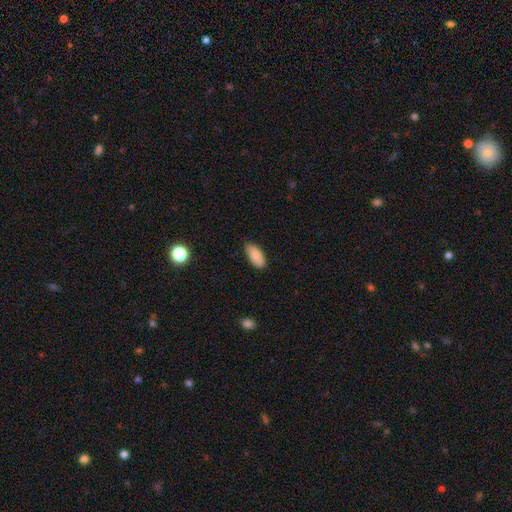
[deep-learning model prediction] Smooth or featured?
  - smooth: 87% *
  - star or artifact: 7%
  - featured or disk: 6%
How rounded?
  - in between: 89% *
  - cigar-shaped: 9%
  - round: 2%
Merging?
  - none: 82% *
  - minor disturbance: 15%
  - major disturbance: 2%
  - merger: 1%